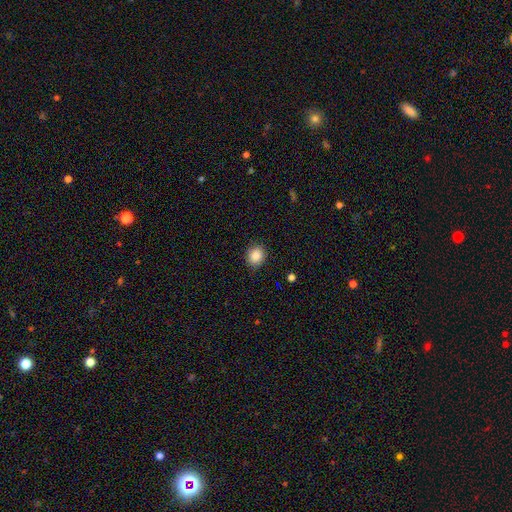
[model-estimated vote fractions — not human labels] This is clearly a smooth galaxy (87%). How rounded: likely round (71%). Merging: clearly none (88%).